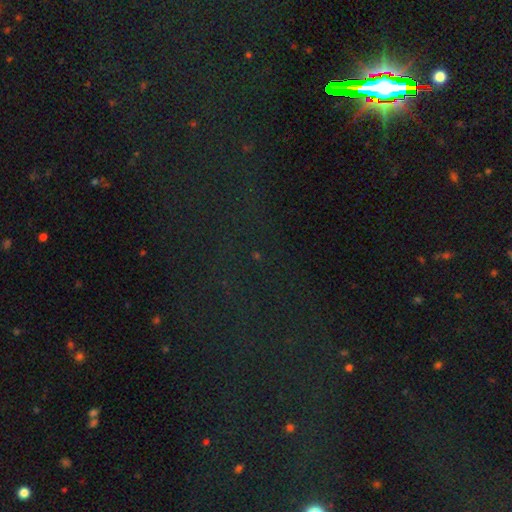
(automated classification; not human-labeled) A star or artifact, not a galaxy (81%).

Vote fractions:
- Smooth or featured? star or artifact: 81% / smooth: 11% / featured or disk: 9%